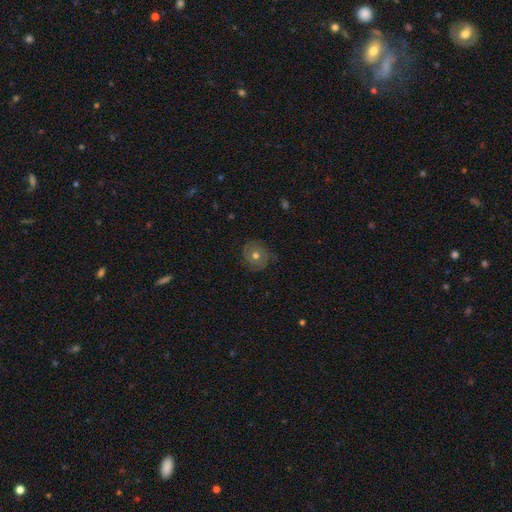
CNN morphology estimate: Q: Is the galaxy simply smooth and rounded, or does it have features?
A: featured or disk — 59%.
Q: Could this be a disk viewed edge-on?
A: no — 96%.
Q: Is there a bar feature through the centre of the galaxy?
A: no — 85%.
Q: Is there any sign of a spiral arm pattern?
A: yes — 81%.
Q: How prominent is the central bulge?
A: moderate — 79%.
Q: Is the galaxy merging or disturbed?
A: none — 75%.